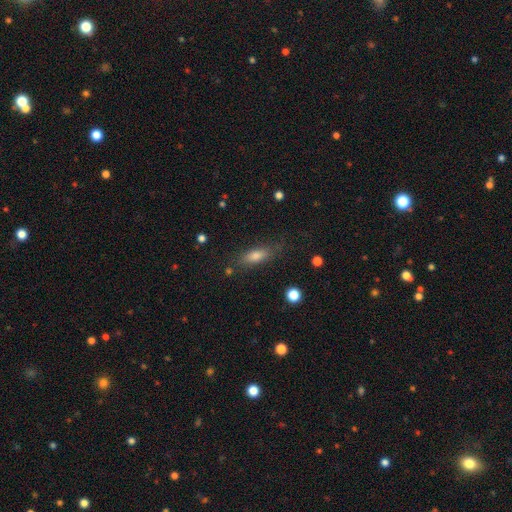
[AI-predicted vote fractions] Q: Smooth or featured?
A: smooth (72%); runner-up: featured or disk (17%)
Q: How rounded?
A: in between (60%); runner-up: cigar-shaped (36%)
Q: Merging?
A: none (77%); runner-up: minor disturbance (15%)